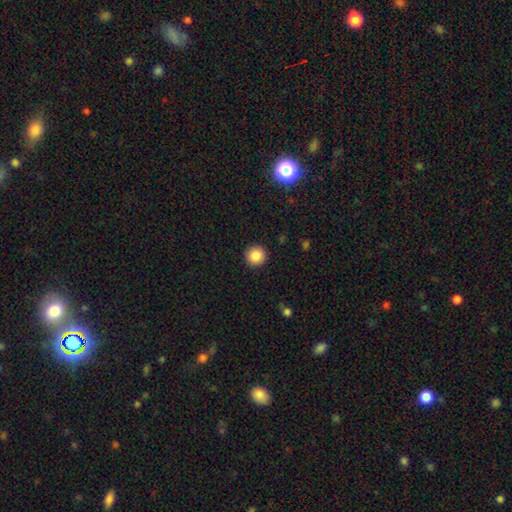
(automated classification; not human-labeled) The model was most divided on "smooth or featured": smooth: 85%, star or artifact: 10%, featured or disk: 4%. More confident: how rounded — round (96%); merging — none (93%).